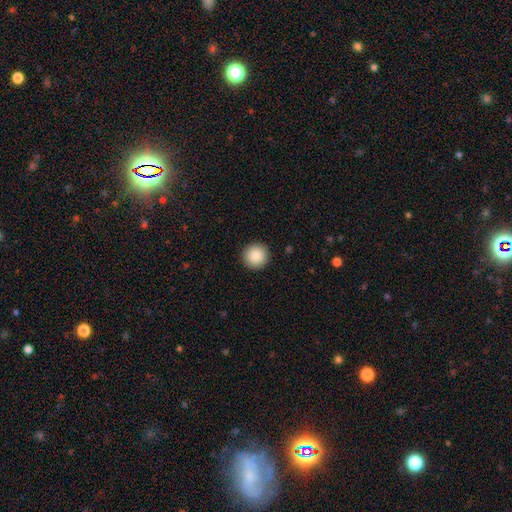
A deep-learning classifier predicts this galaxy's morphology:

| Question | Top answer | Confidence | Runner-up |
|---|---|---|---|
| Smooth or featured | smooth | 88% | star or artifact (8%) |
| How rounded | round | 96% | in between (3%) |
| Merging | none | 93% | minor disturbance (5%) |